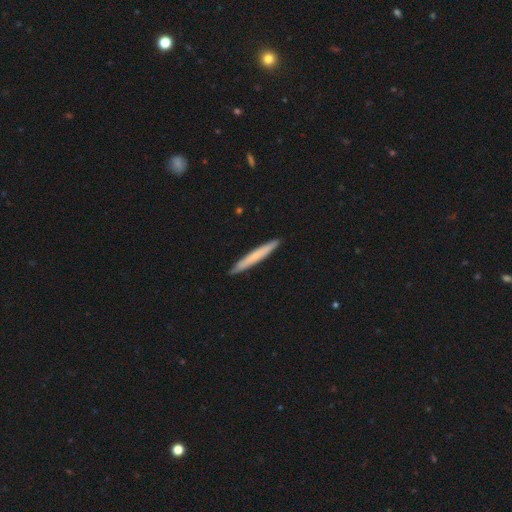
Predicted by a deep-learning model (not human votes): Q: Smooth or featured?
A: smooth (63%); runner-up: featured or disk (31%)
Q: How rounded?
A: cigar-shaped (96%); runner-up: in between (2%)
Q: Merging?
A: none (91%); runner-up: minor disturbance (6%)